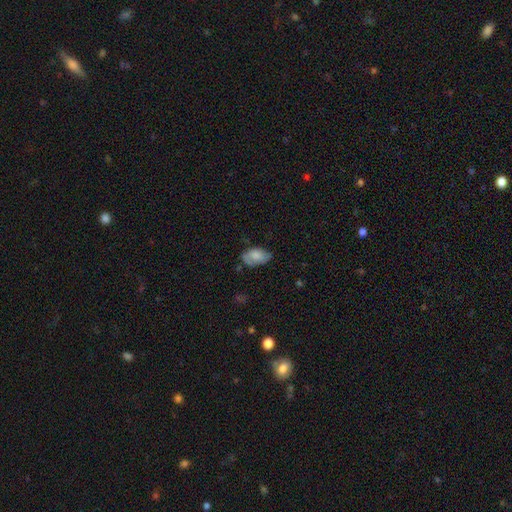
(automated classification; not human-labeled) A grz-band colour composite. It shows a smooth galaxy with no disk features (72%) that is in between round and cigar-shaped (91%). Merging: none (58%).